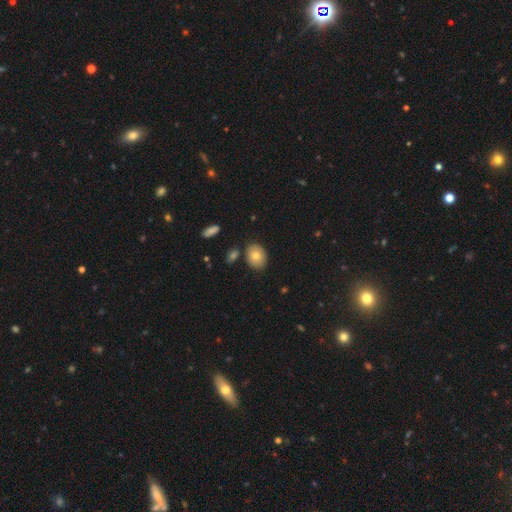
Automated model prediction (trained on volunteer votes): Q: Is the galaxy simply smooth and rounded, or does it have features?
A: smooth — 77%.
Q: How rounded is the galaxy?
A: in between — 69%.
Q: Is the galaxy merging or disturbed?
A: none — 82%.